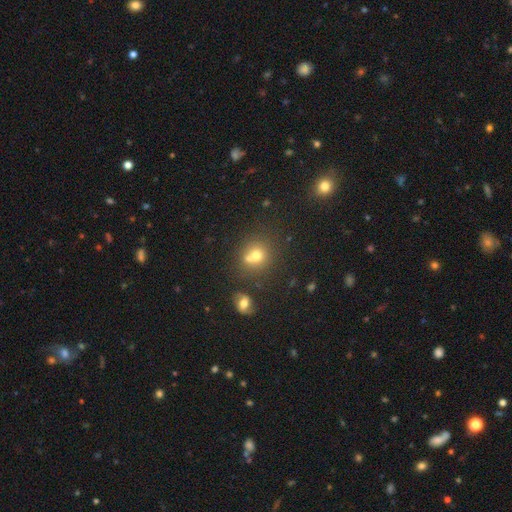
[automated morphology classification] smooth_or_featured: smooth (p=0.67) [alt: star or artifact p=0.17]
how_rounded: round (p=0.81) [alt: in between p=0.19]
merging: none (p=0.47) [alt: merger p=0.40]